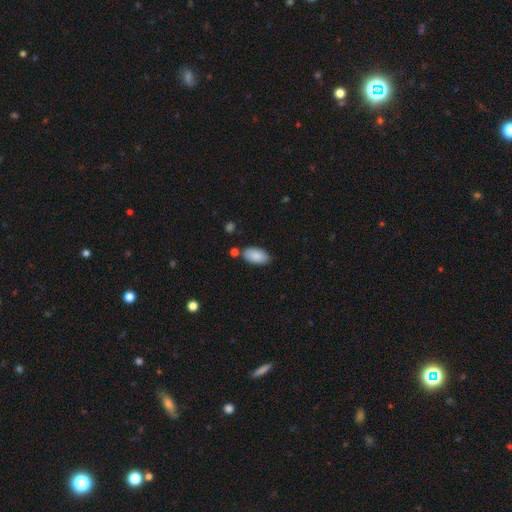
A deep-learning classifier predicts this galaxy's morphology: Smooth or featured? smooth (89%)
How rounded? in between (95%)
Merging? none (78%)